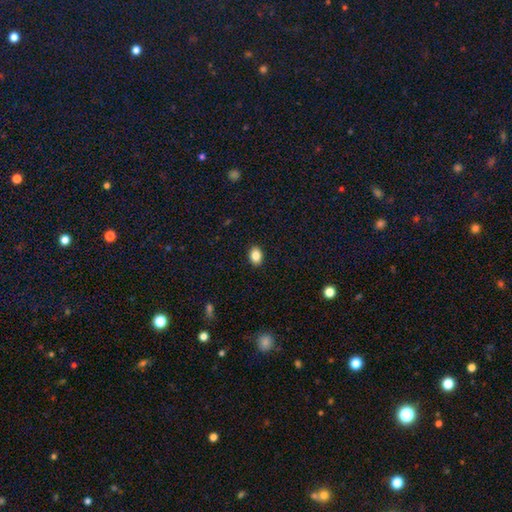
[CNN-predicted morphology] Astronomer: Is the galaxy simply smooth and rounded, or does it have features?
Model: smooth — 87%.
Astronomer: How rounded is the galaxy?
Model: in between — 74%.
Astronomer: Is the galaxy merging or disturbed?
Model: none — 91%.